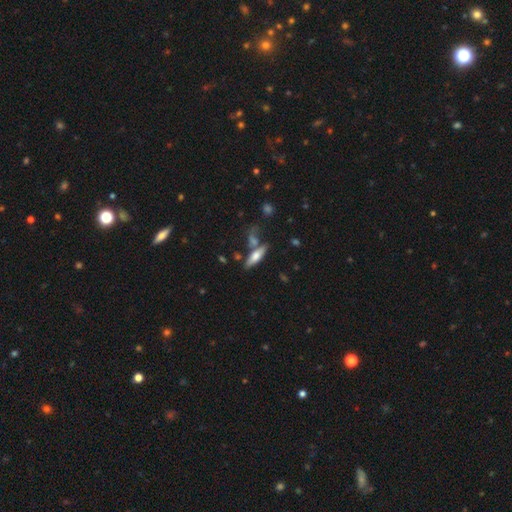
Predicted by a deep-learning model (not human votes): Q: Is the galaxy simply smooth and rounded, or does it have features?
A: smooth — 57%.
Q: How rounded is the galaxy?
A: cigar-shaped — 53%.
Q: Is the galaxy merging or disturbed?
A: none — 63%.